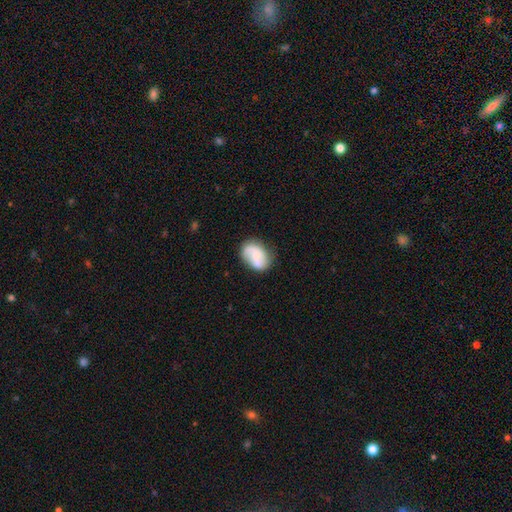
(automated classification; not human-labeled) A smooth galaxy with no disk features (50%) that is in between round and cigar-shaped (76%). Merging: none (57%).